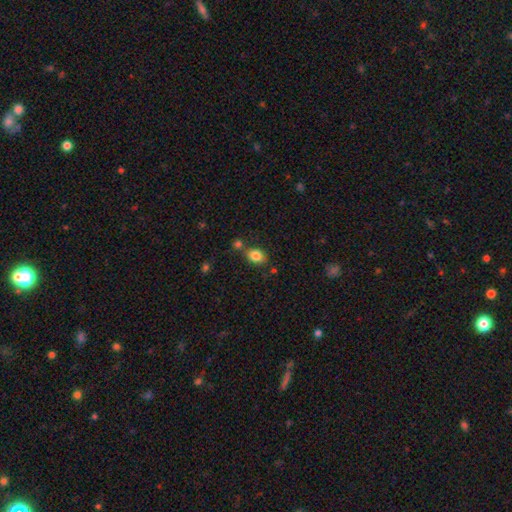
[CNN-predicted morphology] A smooth galaxy with no disk features (84%) that is in between round and cigar-shaped (67%). Merging: none (67%).